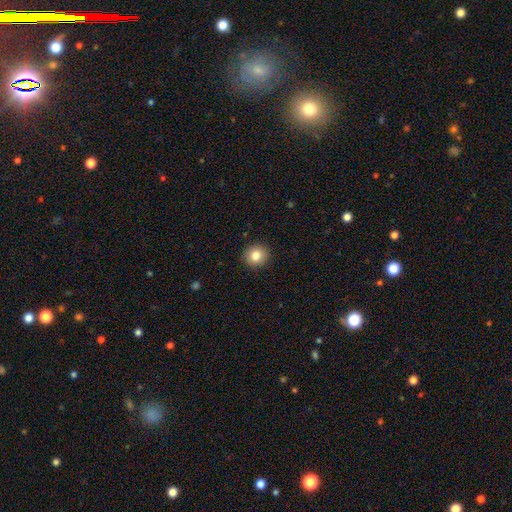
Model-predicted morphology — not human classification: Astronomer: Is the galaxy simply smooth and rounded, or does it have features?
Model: smooth — 83%.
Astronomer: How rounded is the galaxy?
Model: round — 90%.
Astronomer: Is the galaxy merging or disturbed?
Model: none — 92%.